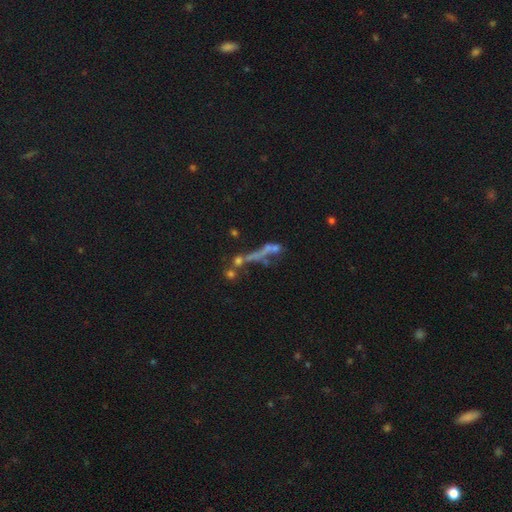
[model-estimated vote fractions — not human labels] smooth_or_featured: star or artifact (p=0.38) [alt: featured or disk p=0.36]